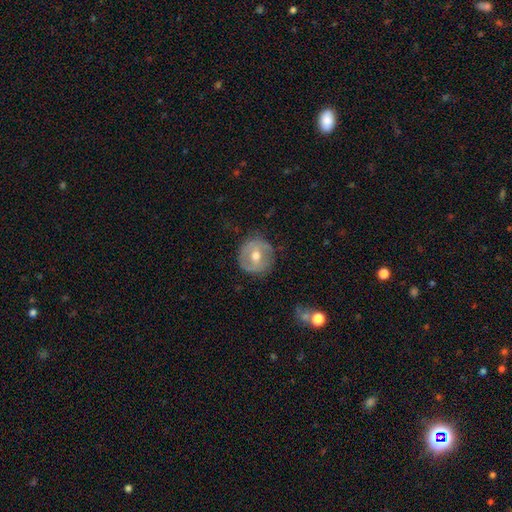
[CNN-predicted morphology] This is possibly a featured or disk galaxy (53%). It is clearly not viewed edge-on (94%). Merging: likely none (79%).